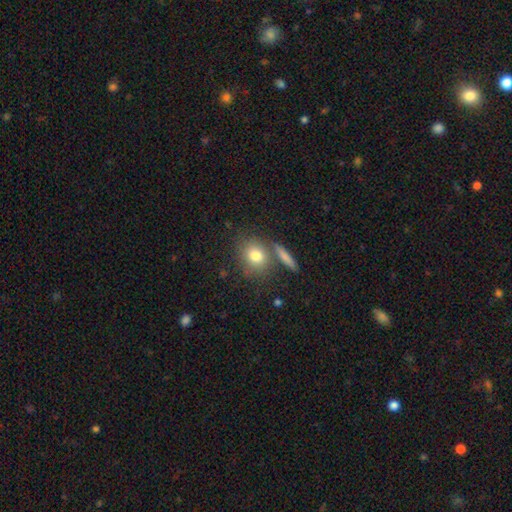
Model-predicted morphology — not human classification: This is likely a smooth galaxy (78%). How rounded: likely round (66%). Merging: likely none (68%).